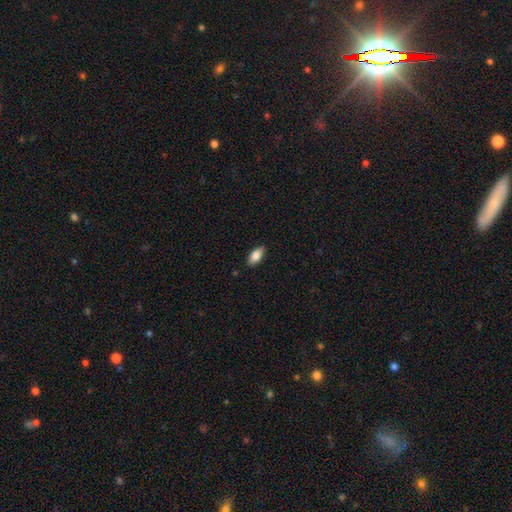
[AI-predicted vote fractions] This is likely a smooth galaxy (79%). How rounded: clearly in between (87%). Merging: clearly none (87%).